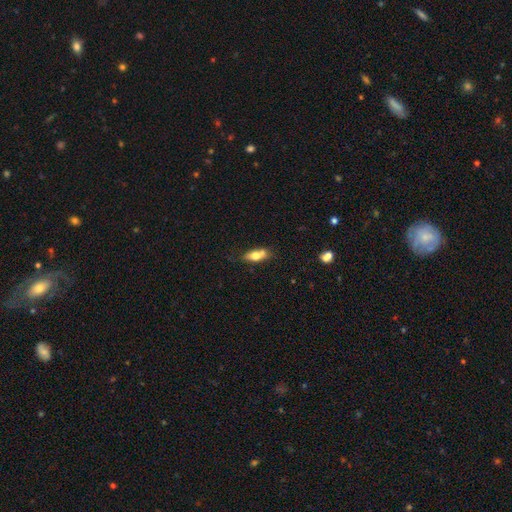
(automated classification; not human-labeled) Smooth or featured? Predicted: smooth (p=0.65). How rounded? Predicted: in between (p=0.71). Merging? Predicted: none (p=0.57).